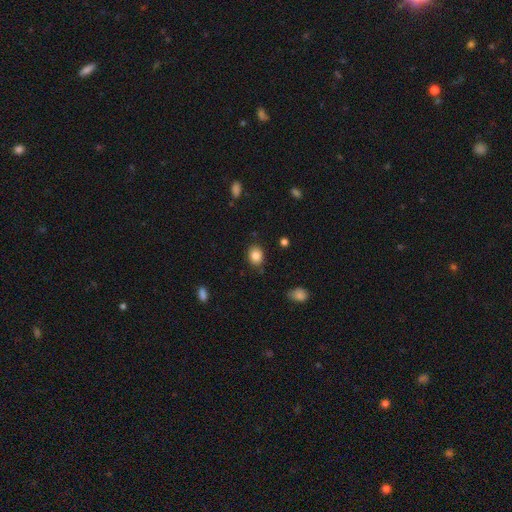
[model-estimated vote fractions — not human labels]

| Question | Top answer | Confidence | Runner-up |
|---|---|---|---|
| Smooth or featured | smooth | 85% | star or artifact (9%) |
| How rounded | in between | 53% | round (46%) |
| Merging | none | 84% | minor disturbance (11%) |